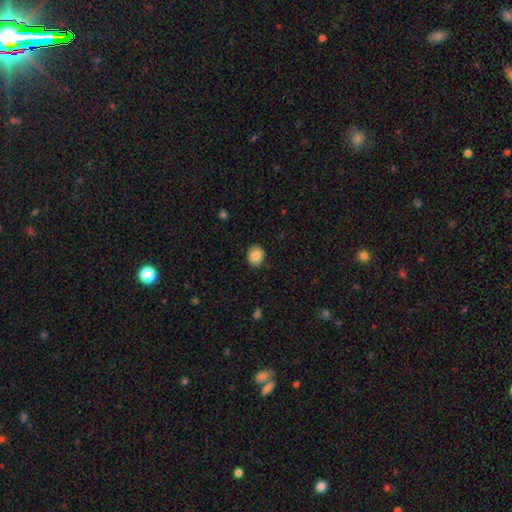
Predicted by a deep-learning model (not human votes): The model was most divided on "how rounded": round: 68%, in between: 31%, cigar-shaped: 1%. More confident: merging — none (85%); smooth or featured — smooth (85%).